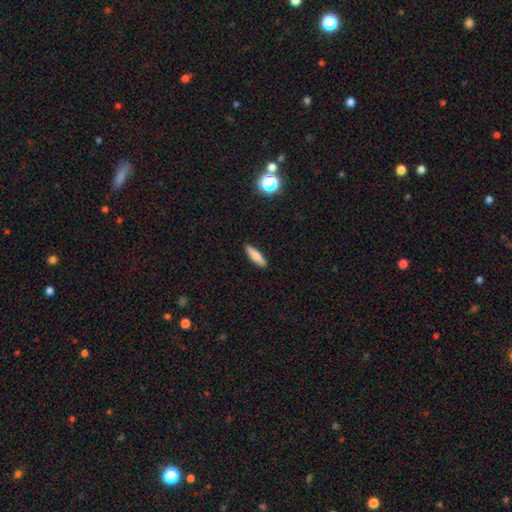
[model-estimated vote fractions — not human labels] smooth 76%, featured or disk 17%, star or artifact 7%. Down the decision tree: how rounded — cigar-shaped (69%); merging — none (90%).